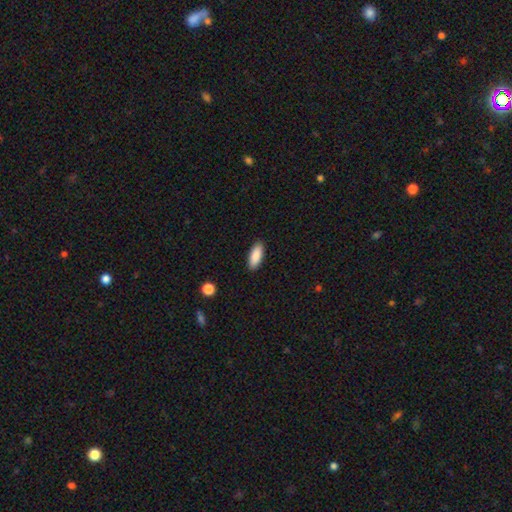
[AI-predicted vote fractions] smooth_or_featured: smooth (p=0.89) [alt: star or artifact p=0.06]
how_rounded: in between (p=0.79) [alt: cigar-shaped p=0.19]
merging: none (p=0.90) [alt: minor disturbance p=0.07]